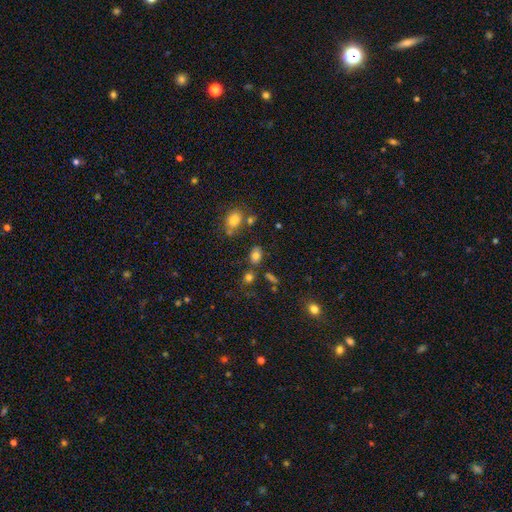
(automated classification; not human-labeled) This is likely a smooth galaxy (78%). How rounded: likely in between (76%). Merging: likely none (72%).